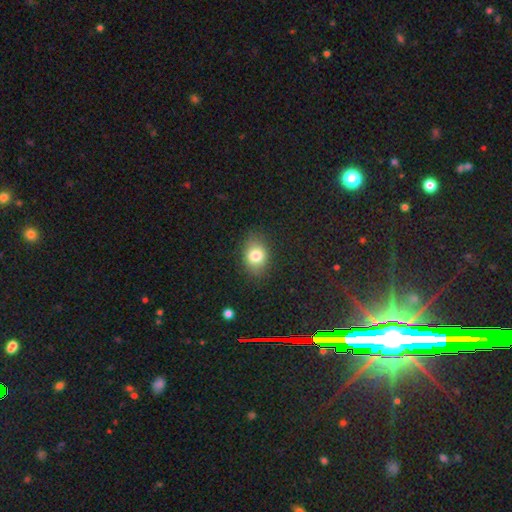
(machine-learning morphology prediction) Smooth or featured?
  - smooth: 79% *
  - star or artifact: 10%
  - featured or disk: 10%
How rounded?
  - in between: 66% *
  - round: 33%
  - cigar-shaped: 1%
Merging?
  - none: 83% *
  - minor disturbance: 12%
  - major disturbance: 3%
  - merger: 1%